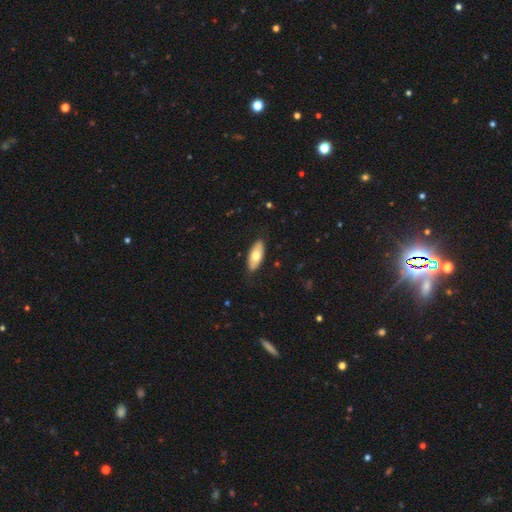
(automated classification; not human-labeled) smooth 67%, featured or disk 27%, star or artifact 5%. Down the decision tree: how rounded — in between (84%); merging — none (85%).